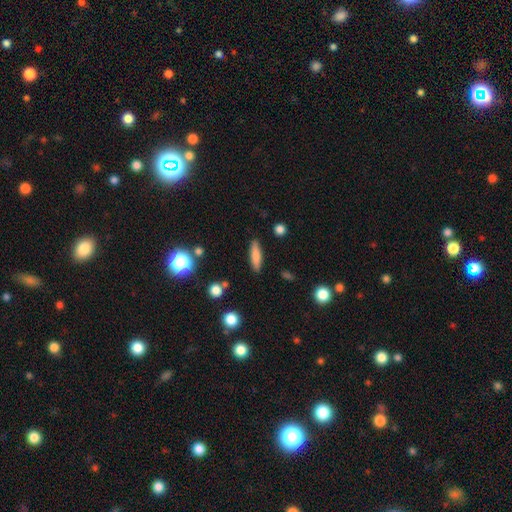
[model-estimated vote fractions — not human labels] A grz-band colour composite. It shows a smooth galaxy with no disk features (77%) that is cigar-shaped (70%). Merging: none (87%).